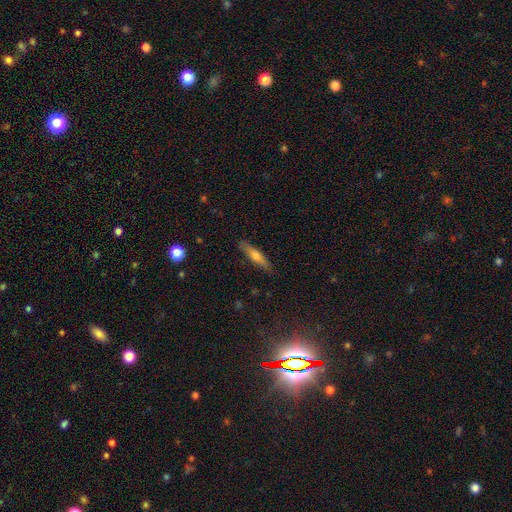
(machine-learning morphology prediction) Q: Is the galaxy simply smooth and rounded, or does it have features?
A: smooth — 53%.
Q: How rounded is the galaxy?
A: cigar-shaped — 81%.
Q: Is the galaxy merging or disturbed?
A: none — 88%.